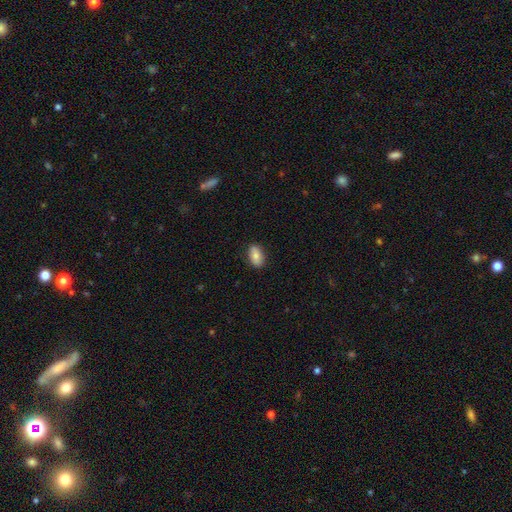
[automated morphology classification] This appears to be a smooth galaxy with no disk features (79%) that is in between round and cigar-shaped (90%). Merging: none (86%).